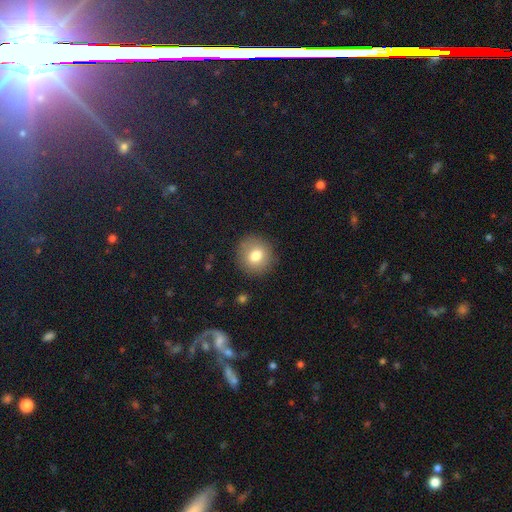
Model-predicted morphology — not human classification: A smooth galaxy with no disk features (77%) that is round (86%). Merging: none (87%).